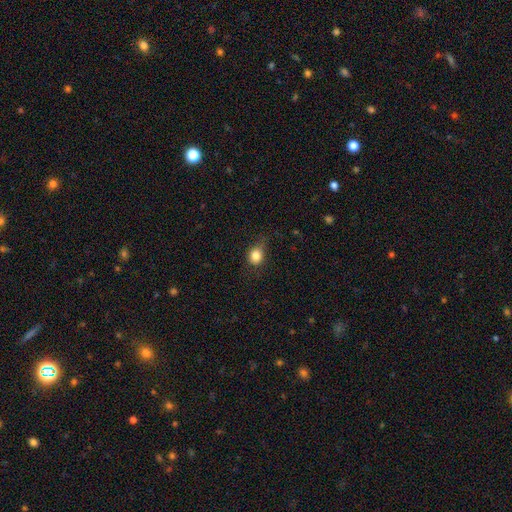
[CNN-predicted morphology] smooth-or-featured: smooth: 82% | star or artifact: 11% | featured or disk: 7%
  how-rounded: round: 63% | in between: 35% | cigar-shaped: 1%
  merging: none: 65% | minor disturbance: 25% | major disturbance: 8% | merger: 1%